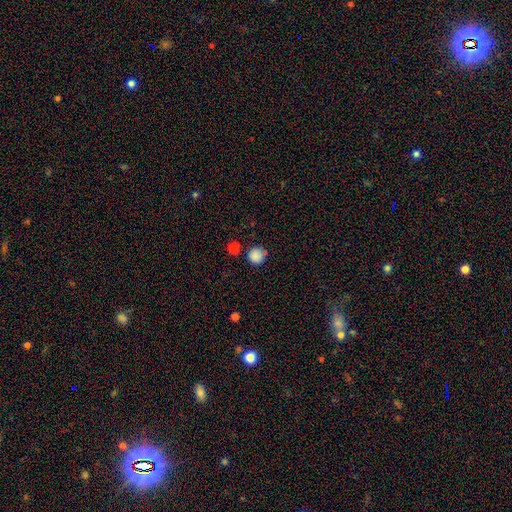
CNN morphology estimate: smooth_or_featured: smooth (p=0.86) [alt: star or artifact p=0.10]
how_rounded: round (p=0.95) [alt: in between p=0.04]
merging: none (p=0.83) [alt: minor disturbance p=0.10]